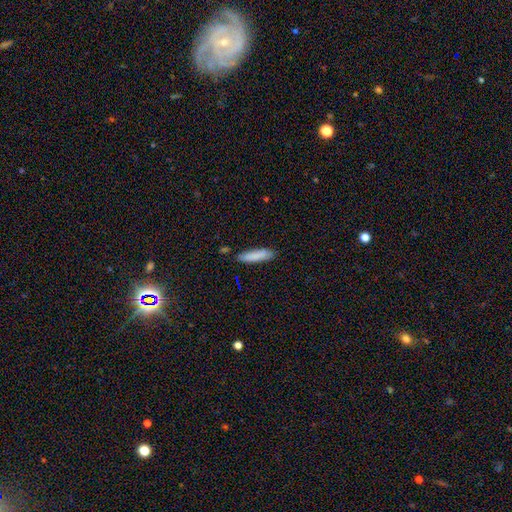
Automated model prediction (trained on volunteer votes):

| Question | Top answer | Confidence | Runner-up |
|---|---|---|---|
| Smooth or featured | smooth | 86% | featured or disk (8%) |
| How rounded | cigar-shaped | 76% | in between (23%) |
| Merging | none | 82% | minor disturbance (13%) |